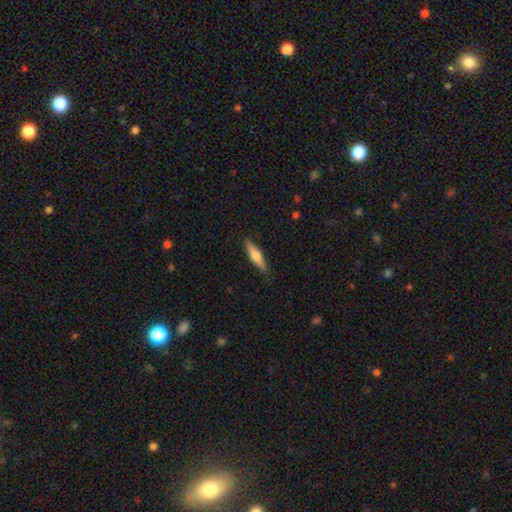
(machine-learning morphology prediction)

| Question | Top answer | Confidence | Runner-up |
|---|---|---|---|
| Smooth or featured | smooth | 51% | featured or disk (43%) |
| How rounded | cigar-shaped | 78% | in between (20%) |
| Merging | none | 87% | minor disturbance (9%) |